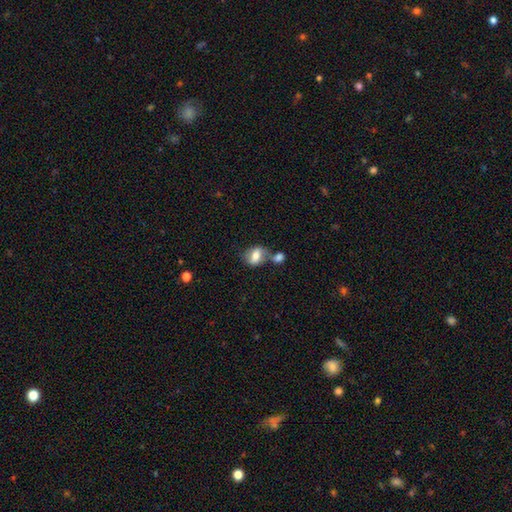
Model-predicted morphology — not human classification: Smooth or featured? smooth (69%)
How rounded? in between (71%)
Merging? none (41%)